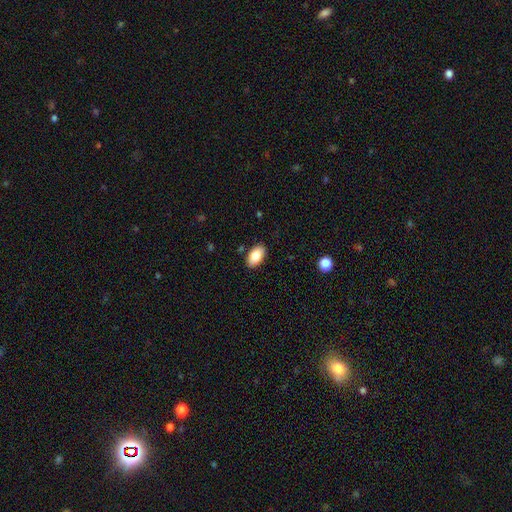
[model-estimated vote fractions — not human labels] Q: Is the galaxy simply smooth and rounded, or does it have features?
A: smooth — 84%.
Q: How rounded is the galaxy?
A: in between — 93%.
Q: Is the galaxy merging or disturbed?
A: none — 87%.